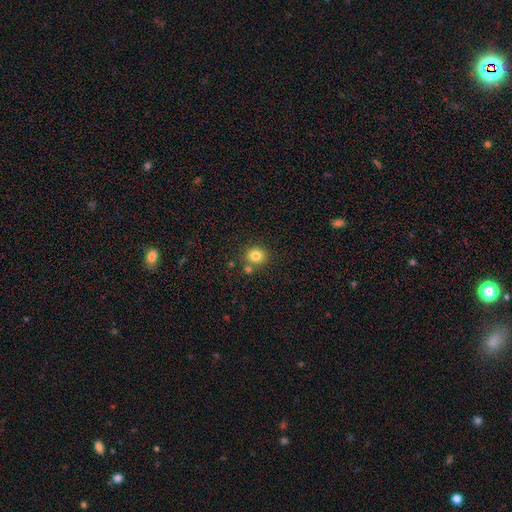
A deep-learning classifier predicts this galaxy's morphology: This is clearly a smooth galaxy (81%). How rounded: clearly round (82%). Merging: likely none (74%).